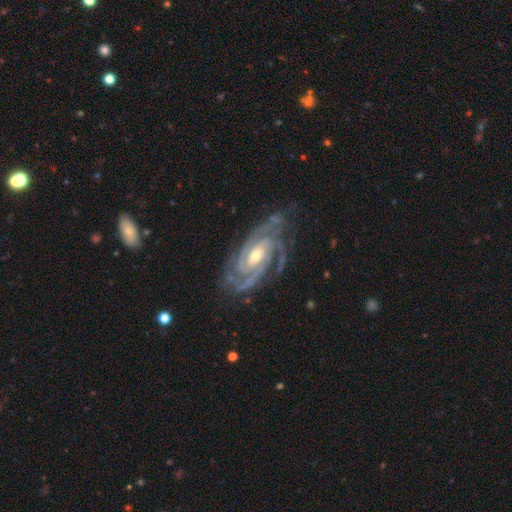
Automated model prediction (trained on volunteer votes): This is clearly a featured or disk galaxy (93%). It is clearly not viewed edge-on (97%). Bar: marginally no (43%). Spiral arm pattern: clearly yes (99%). Spiral arm count: marginally 3 (39%). Spiral winding: likely tight (68%). Central bulge: possibly moderate (55%). Merging: likely none (72%).